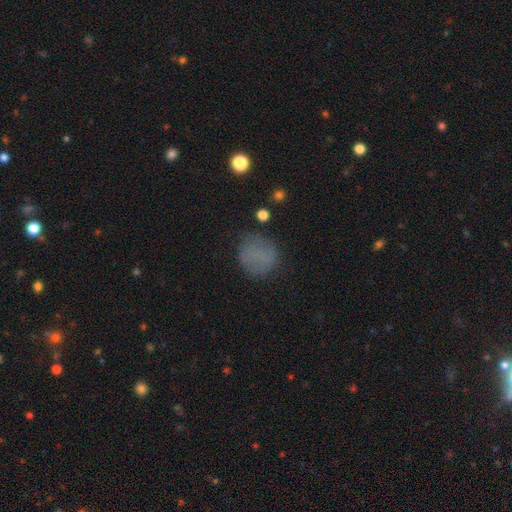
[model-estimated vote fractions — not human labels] smooth_or_featured: smooth (p=0.73) [alt: star or artifact p=0.16]
how_rounded: round (p=0.85) [alt: in between p=0.14]
merging: none (p=0.77) [alt: minor disturbance p=0.15]